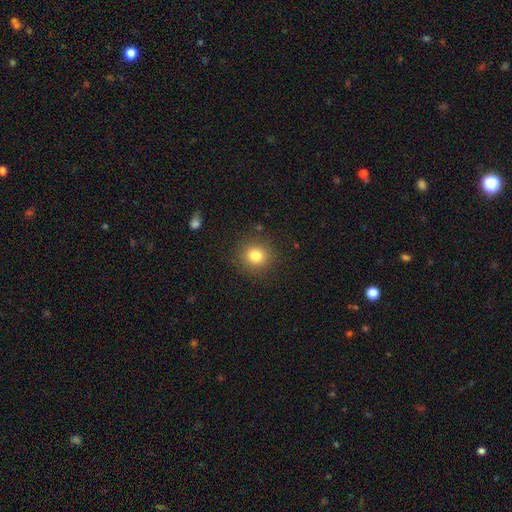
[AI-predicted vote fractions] Smooth or featured?
  - smooth: 80% *
  - star or artifact: 12%
  - featured or disk: 7%
How rounded?
  - round: 88% *
  - in between: 11%
  - cigar-shaped: 1%
Merging?
  - none: 89% *
  - minor disturbance: 7%
  - major disturbance: 3%
  - merger: 1%